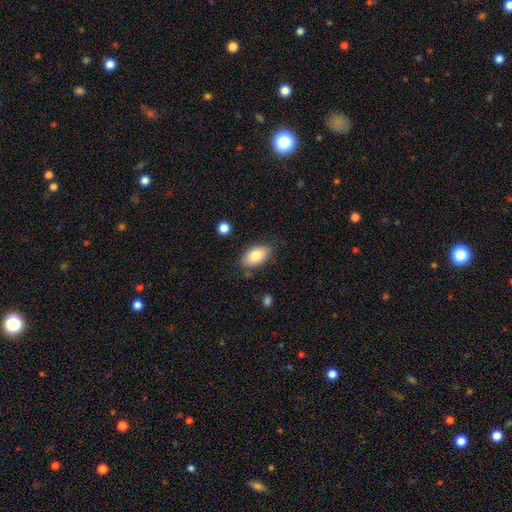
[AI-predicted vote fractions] Morphology: type=smooth (83%); roundness=in between (93%); merging=none (79%).